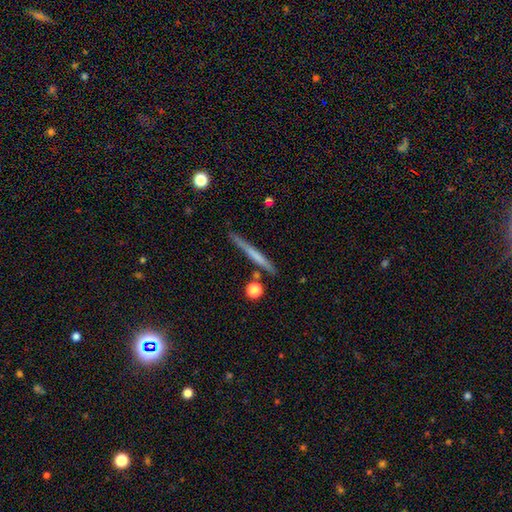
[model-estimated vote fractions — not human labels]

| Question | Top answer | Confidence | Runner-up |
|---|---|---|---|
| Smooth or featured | smooth | 50% | featured or disk (44%) |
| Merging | none | 85% | minor disturbance (10%) |